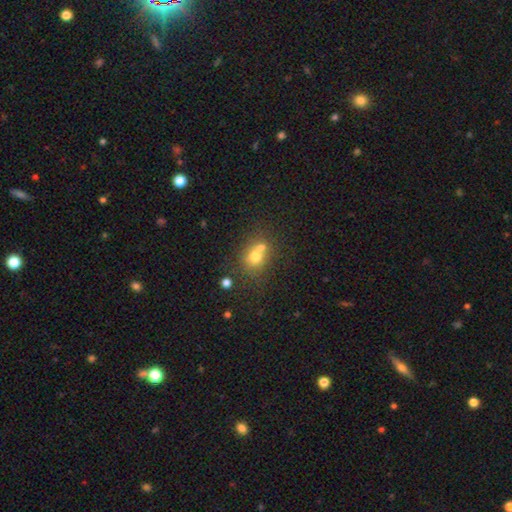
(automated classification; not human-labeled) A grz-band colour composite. It shows a smooth galaxy with no disk features (68%) that is round (71%). Merging: merger (45%).